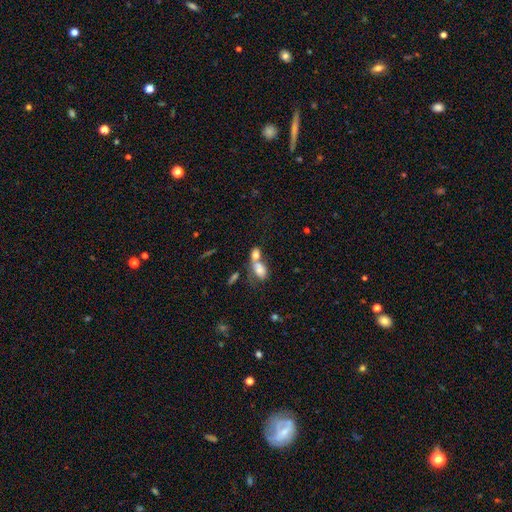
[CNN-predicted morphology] The model was most divided on "merging": merger: 69%, none: 18%, minor disturbance: 7%, major disturbance: 6%. More confident: how rounded — in between (76%); smooth or featured — smooth (73%).